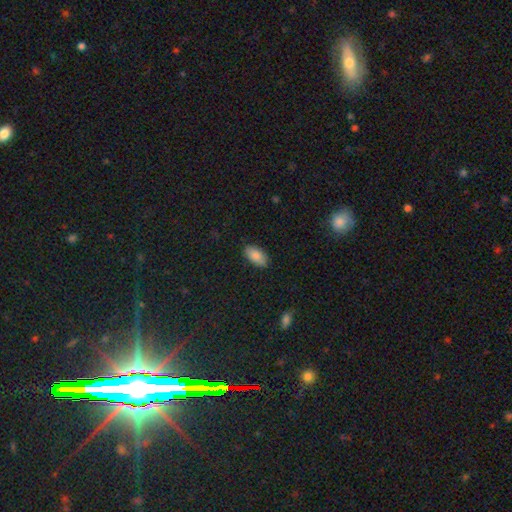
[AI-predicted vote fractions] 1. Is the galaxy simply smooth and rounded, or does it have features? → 86% smooth, 7% star or artifact, 7% featured or disk.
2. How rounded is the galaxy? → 94% in between, 4% cigar-shaped, 2% round.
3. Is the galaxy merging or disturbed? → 87% none, 10% minor disturbance, 2% major disturbance, 1% merger.